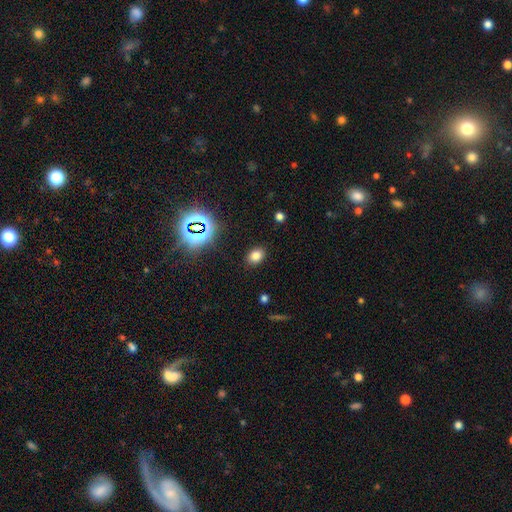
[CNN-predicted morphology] type=smooth (75%); roundness=in between (71%); merging=none (87%).